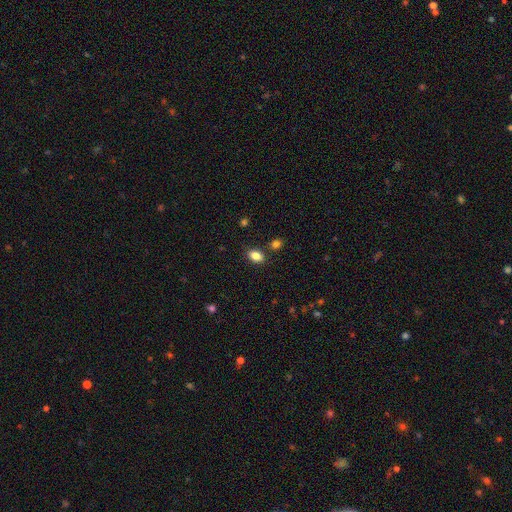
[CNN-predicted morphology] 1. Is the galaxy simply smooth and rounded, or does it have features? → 84% smooth, 10% star or artifact, 6% featured or disk.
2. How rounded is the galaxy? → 85% in between, 13% round, 2% cigar-shaped.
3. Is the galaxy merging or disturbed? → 81% none, 11% minor disturbance, 5% merger, 2% major disturbance.